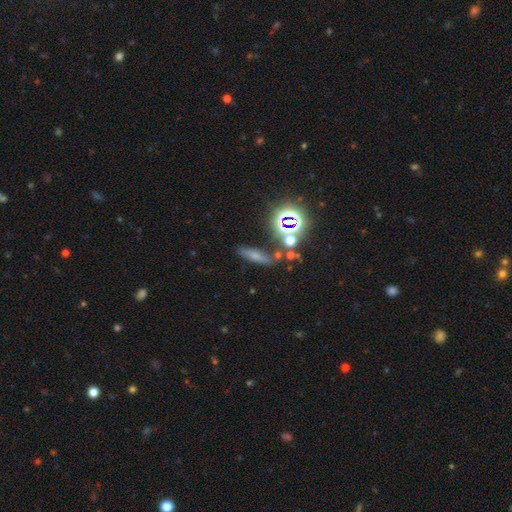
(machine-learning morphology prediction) smooth_or_featured: smooth (p=0.55) [alt: star or artifact p=0.26]
how_rounded: cigar-shaped (p=0.62) [alt: in between p=0.27]
merging: none (p=0.70) [alt: minor disturbance p=0.15]